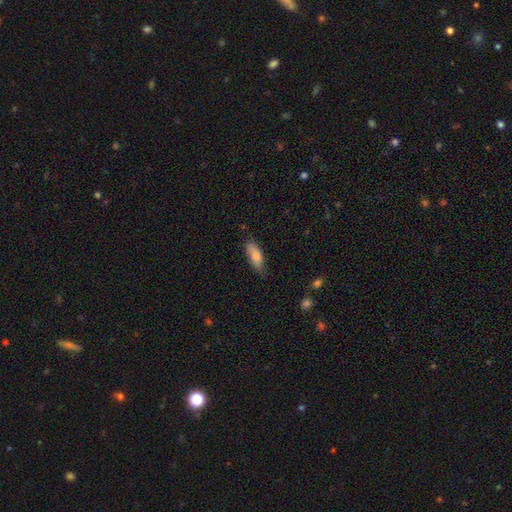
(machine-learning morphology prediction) A smooth galaxy with no disk features (78%) that is in between round and cigar-shaped (66%).

Vote fractions:
- Smooth or featured? smooth: 78% / featured or disk: 15% / star or artifact: 7%
- How rounded? in between: 66% / cigar-shaped: 32% / round: 2%
- Merging? none: 69% / minor disturbance: 25% / major disturbance: 4% / merger: 2%